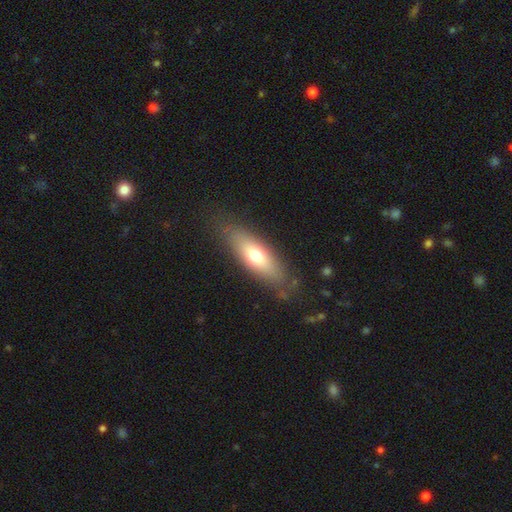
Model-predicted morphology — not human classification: smooth-or-featured: smooth: 65% | featured or disk: 27% | star or artifact: 7%
  how-rounded: in between: 62% | cigar-shaped: 35% | round: 3%
  merging: none: 81% | minor disturbance: 13% | major disturbance: 5% | merger: 1%